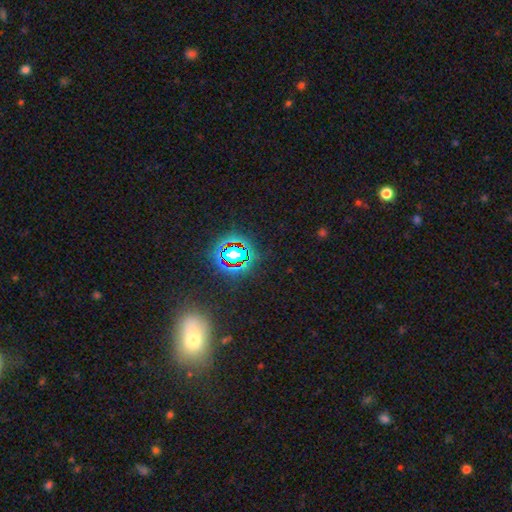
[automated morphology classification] The model was most divided on "smooth or featured": star or artifact: 74%, smooth: 16%, featured or disk: 10%.